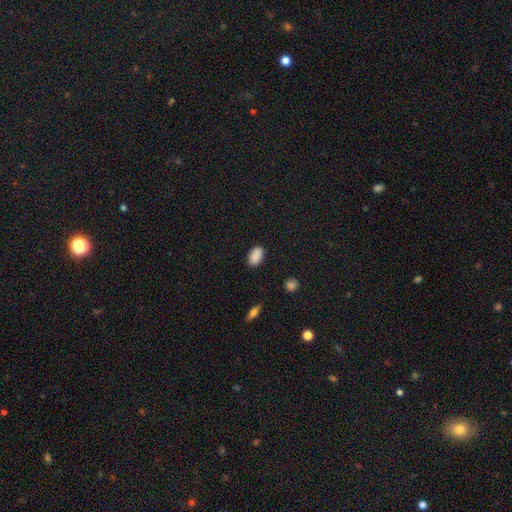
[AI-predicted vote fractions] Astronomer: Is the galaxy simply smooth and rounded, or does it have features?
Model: smooth — 88%.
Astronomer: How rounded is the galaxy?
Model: in between — 91%.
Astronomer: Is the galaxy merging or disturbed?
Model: none — 85%.